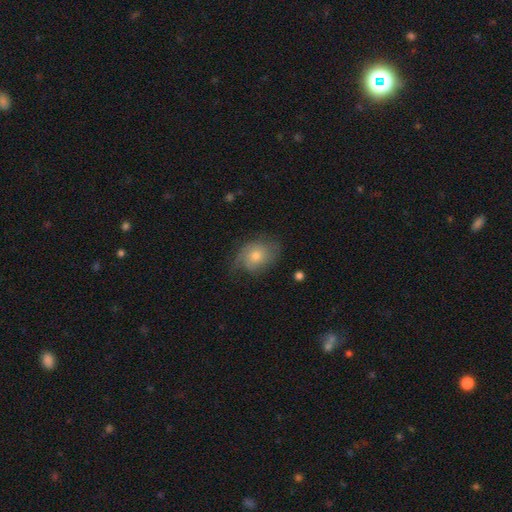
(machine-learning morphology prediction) Smooth or featured? Predicted: smooth (p=0.47). Merging? Predicted: none (p=0.58).